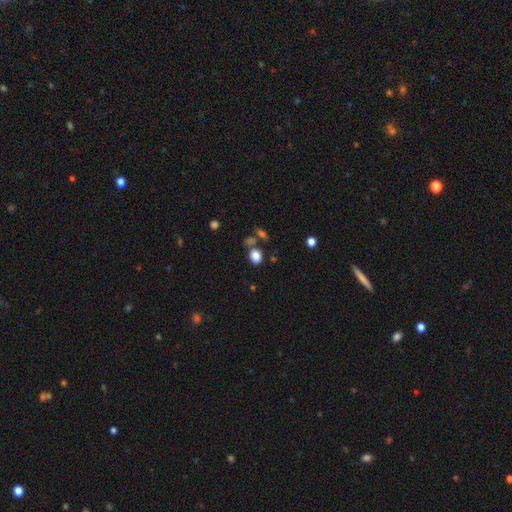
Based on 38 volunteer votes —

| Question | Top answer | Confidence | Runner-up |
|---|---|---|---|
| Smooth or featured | smooth | 89% | featured or disk (8%) |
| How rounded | in between | 59% | round (38%) |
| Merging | none | 68% | minor disturbance (16%) |